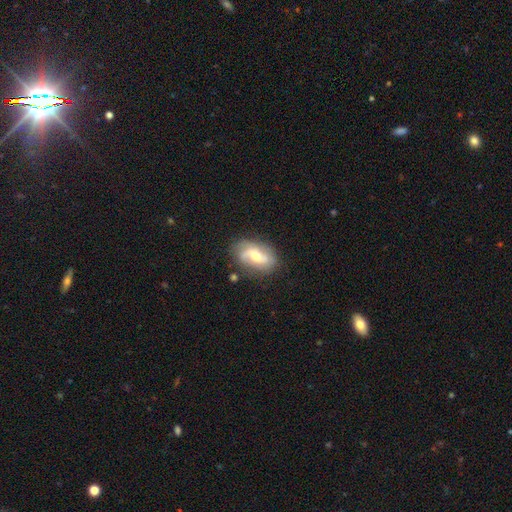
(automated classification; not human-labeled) featured or disk 63%, smooth 30%, star or artifact 7%. Down the decision tree: edge-on disk — no (94%); bar — weak (43%); spiral arms — yes (85%); spiral arm count — 2 (73%); spiral winding — loose (46%); bulge size — moderate (57%); merging — none (69%).